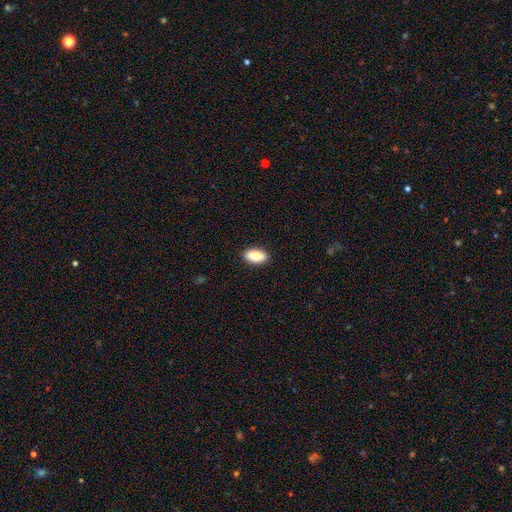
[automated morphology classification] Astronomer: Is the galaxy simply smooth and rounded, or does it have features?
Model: smooth — 84%.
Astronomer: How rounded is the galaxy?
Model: in between — 91%.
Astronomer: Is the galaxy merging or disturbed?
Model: none — 90%.